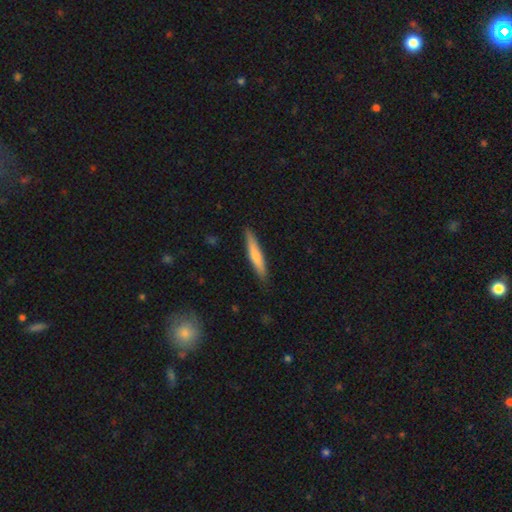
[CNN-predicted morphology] Q: Smooth or featured?
A: smooth (66%); runner-up: featured or disk (29%)
Q: How rounded?
A: cigar-shaped (90%); runner-up: in between (8%)
Q: Merging?
A: none (87%); runner-up: minor disturbance (10%)